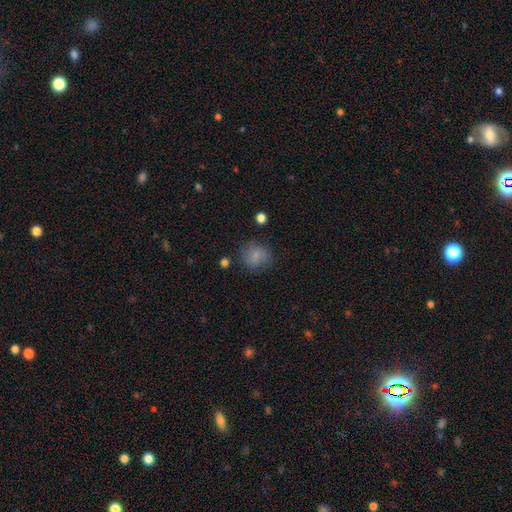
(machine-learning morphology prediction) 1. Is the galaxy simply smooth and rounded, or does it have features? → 79% smooth, 11% featured or disk, 10% star or artifact.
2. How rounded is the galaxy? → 80% round, 19% in between, 1% cigar-shaped.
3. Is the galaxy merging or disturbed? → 73% none, 18% minor disturbance, 6% major disturbance, 2% merger.